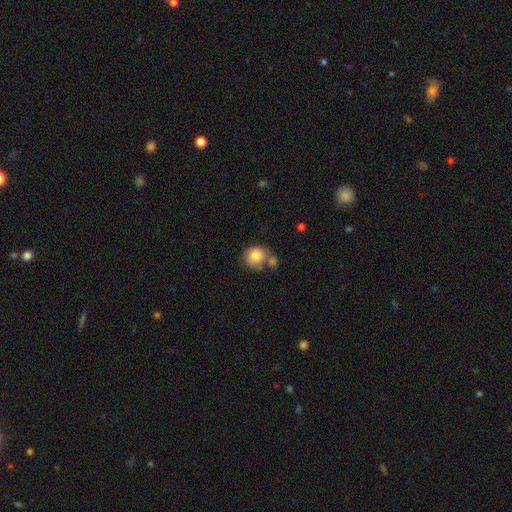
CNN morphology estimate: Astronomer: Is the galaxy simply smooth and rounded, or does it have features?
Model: smooth — 80%.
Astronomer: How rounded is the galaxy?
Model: round — 81%.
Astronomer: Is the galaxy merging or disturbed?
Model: none — 47% (runner-up: merger, 32%).